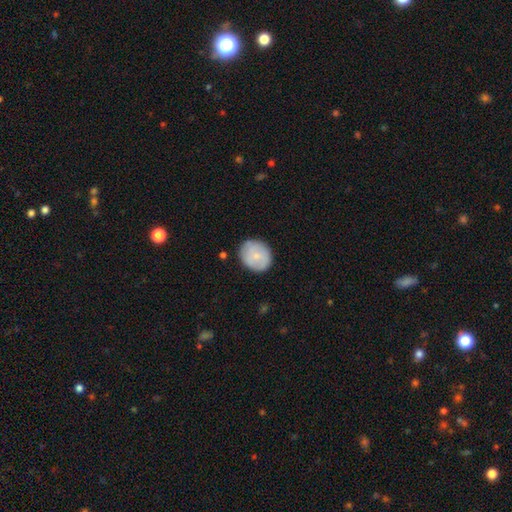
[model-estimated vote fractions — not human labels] A smooth galaxy with no disk features (74%) that is round (72%).

Vote fractions:
- Smooth or featured? smooth: 74% / featured or disk: 20% / star or artifact: 6%
- How rounded? round: 72% / in between: 27% / cigar-shaped: 1%
- Merging? none: 83% / minor disturbance: 13% / major disturbance: 3% / merger: 2%